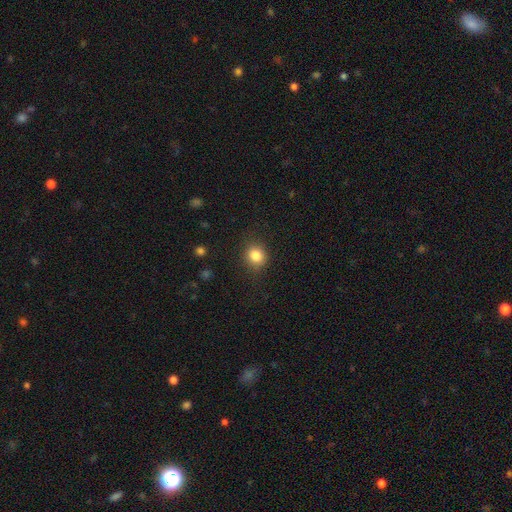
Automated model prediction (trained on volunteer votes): smooth-or-featured: smooth: 84% | star or artifact: 11% | featured or disk: 6%
  how-rounded: round: 78% | in between: 21% | cigar-shaped: 1%
  merging: none: 86% | minor disturbance: 10% | major disturbance: 3% | merger: 1%